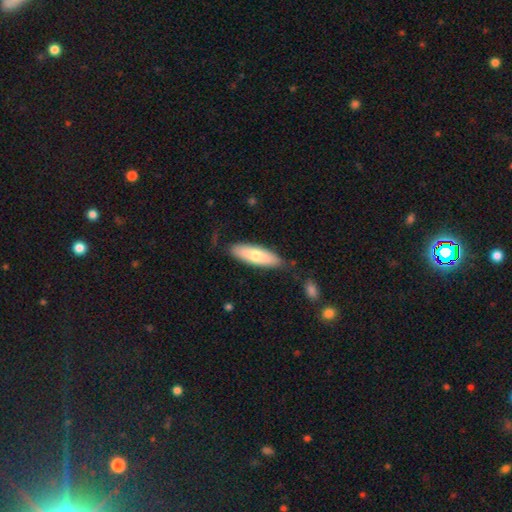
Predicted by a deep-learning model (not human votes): This is likely a smooth galaxy (68%). How rounded: possibly in between (50%). Merging: likely none (79%).